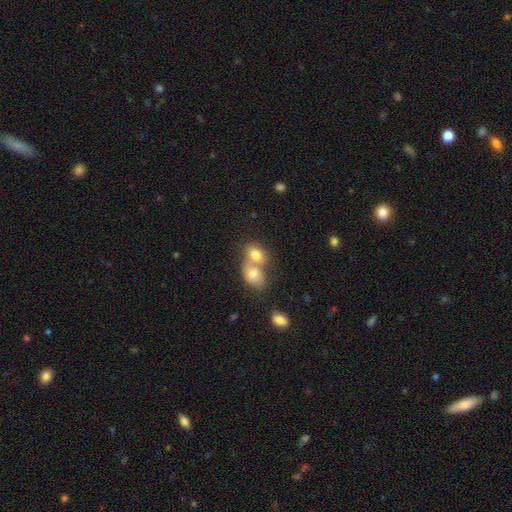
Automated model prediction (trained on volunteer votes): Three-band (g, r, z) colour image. It shows a smooth galaxy with no disk features (74%) that is in between round and cigar-shaped (59%). Merging: merger (68%).